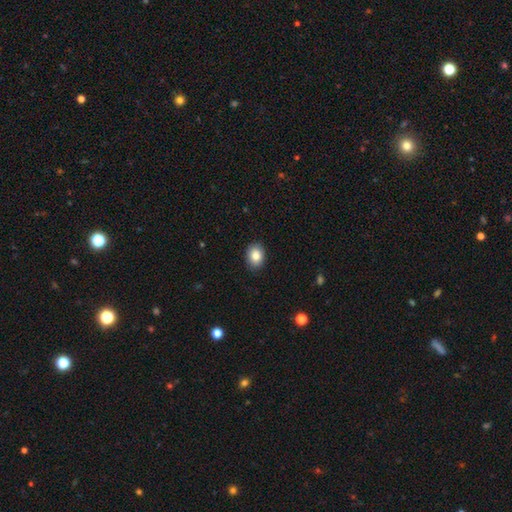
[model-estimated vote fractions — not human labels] smooth-or-featured: smooth: 83% | star or artifact: 8% | featured or disk: 8%
  how-rounded: in between: 63% | round: 36% | cigar-shaped: 1%
  merging: none: 89% | minor disturbance: 8% | major disturbance: 2% | merger: 1%